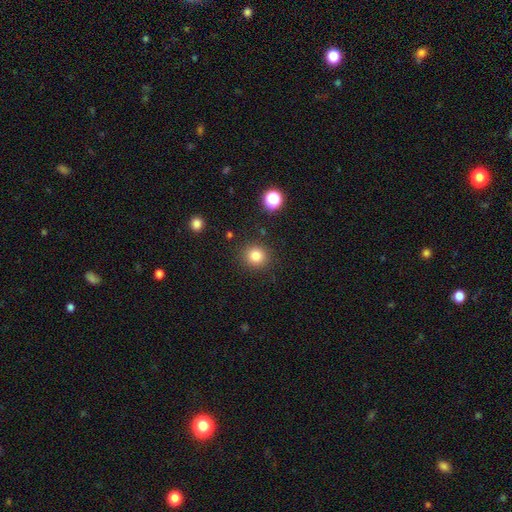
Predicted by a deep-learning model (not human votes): This appears to be a smooth galaxy with no disk features (82%) that is round (89%). Merging: none (89%).